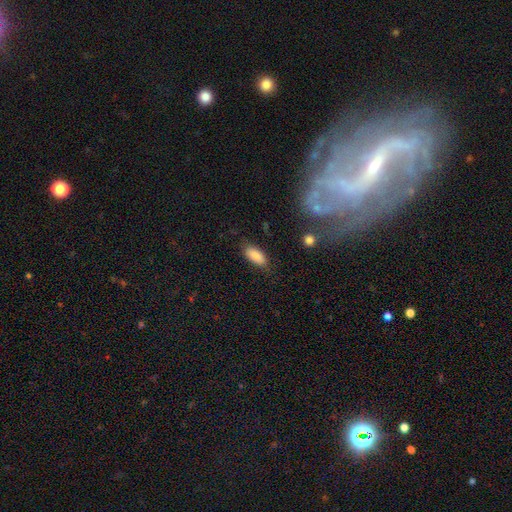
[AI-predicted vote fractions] Smooth or featured?
  - smooth: 87% *
  - star or artifact: 7%
  - featured or disk: 6%
How rounded?
  - in between: 88% *
  - cigar-shaped: 10%
  - round: 2%
Merging?
  - none: 81% *
  - minor disturbance: 13%
  - major disturbance: 4%
  - merger: 2%